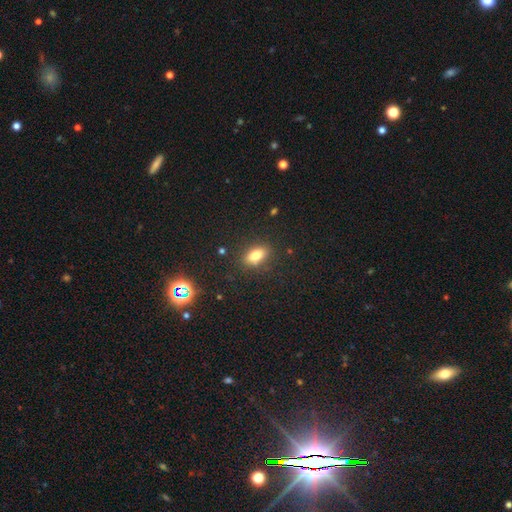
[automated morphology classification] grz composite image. It shows a smooth galaxy with no disk features (79%) that is in between round and cigar-shaped (83%). Merging: none (84%).